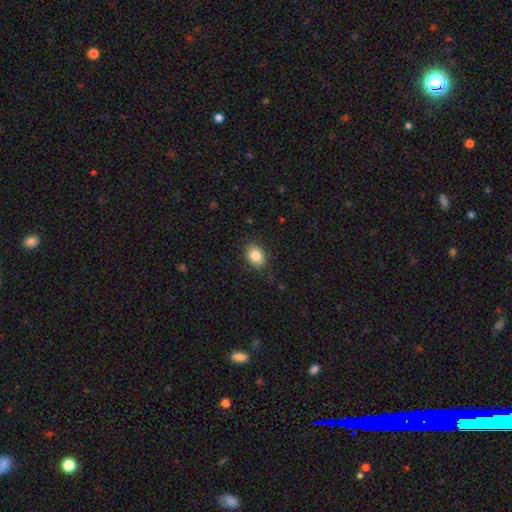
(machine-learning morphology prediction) smooth 85%, star or artifact 8%, featured or disk 7%. Down the decision tree: how rounded — in between (78%); merging — none (83%).